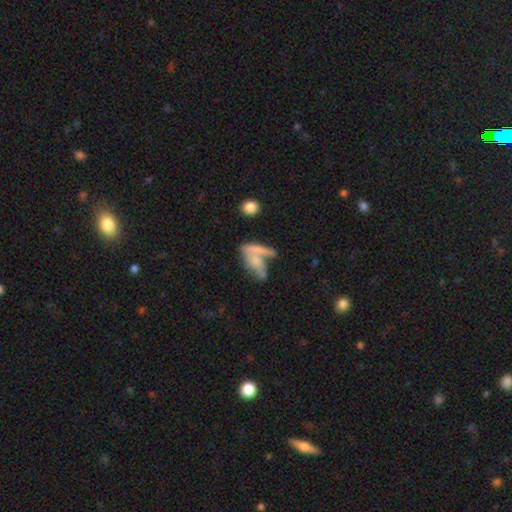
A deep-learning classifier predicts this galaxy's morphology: Q: Smooth or featured?
A: smooth (56%); runner-up: featured or disk (33%)
Q: How rounded?
A: in between (56%); runner-up: cigar-shaped (37%)
Q: Merging?
A: merger (44%); runner-up: none (29%)